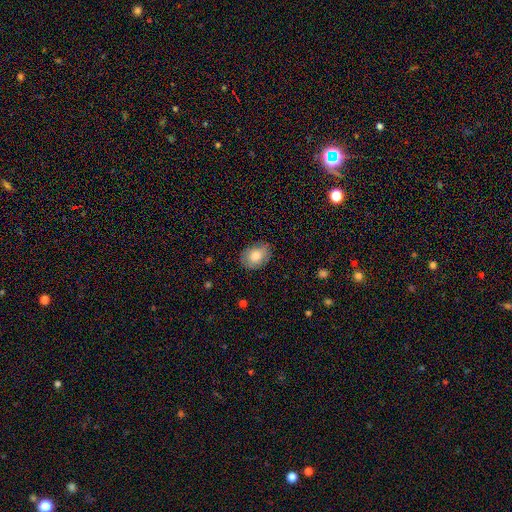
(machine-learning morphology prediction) Smooth or featured?
  - smooth: 79% *
  - featured or disk: 14%
  - star or artifact: 7%
How rounded?
  - in between: 74% *
  - round: 25%
  - cigar-shaped: 1%
Merging?
  - none: 82% *
  - minor disturbance: 14%
  - major disturbance: 3%
  - merger: 1%